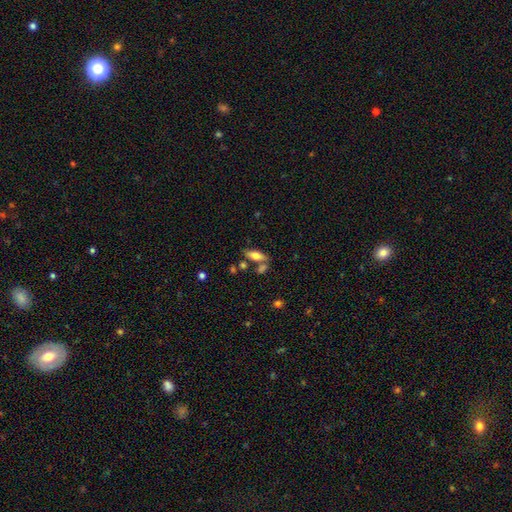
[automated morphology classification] Overall: smooth (69%). How rounded: in between (71%). Merging: none (63%).